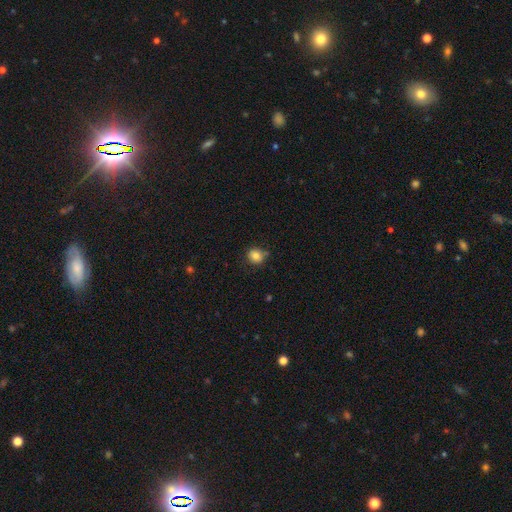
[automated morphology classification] A smooth galaxy with no disk features (82%) that is round (82%). Merging: none (75%).